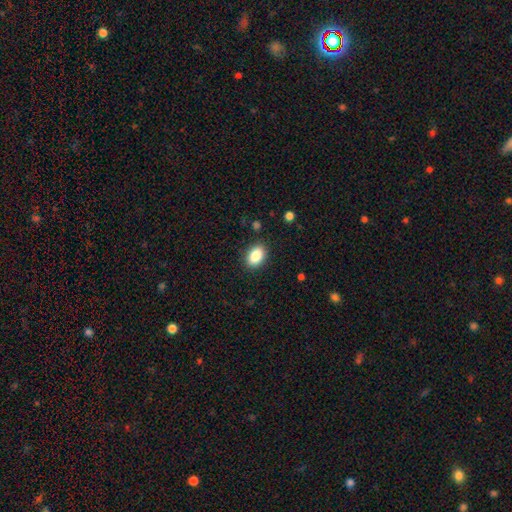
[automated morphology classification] Q: Smooth or featured?
A: smooth (86%); runner-up: star or artifact (8%)
Q: How rounded?
A: in between (83%); runner-up: round (15%)
Q: Merging?
A: none (88%); runner-up: minor disturbance (9%)